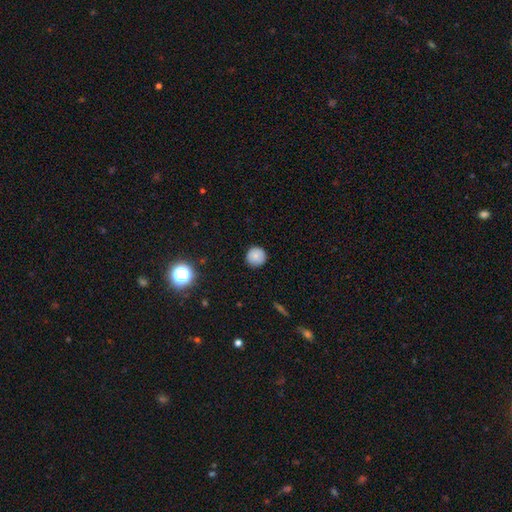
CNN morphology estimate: The model was most divided on "smooth or featured": smooth: 81%, star or artifact: 10%, featured or disk: 9%. More confident: how rounded — round (95%); merging — none (90%).